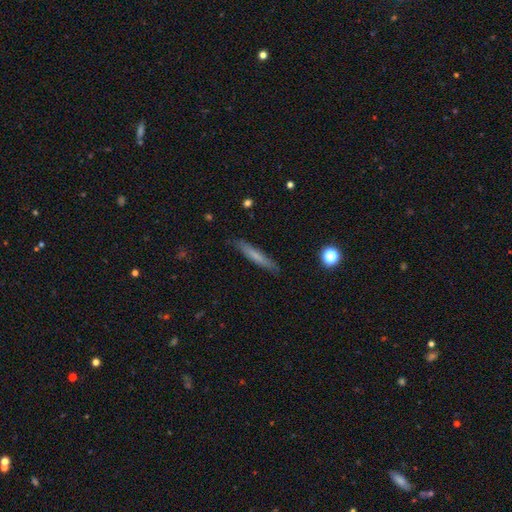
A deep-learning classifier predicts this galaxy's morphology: Q: Smooth or featured?
A: smooth (66%); runner-up: featured or disk (27%)
Q: How rounded?
A: cigar-shaped (94%); runner-up: in between (4%)
Q: Merging?
A: none (88%); runner-up: minor disturbance (9%)